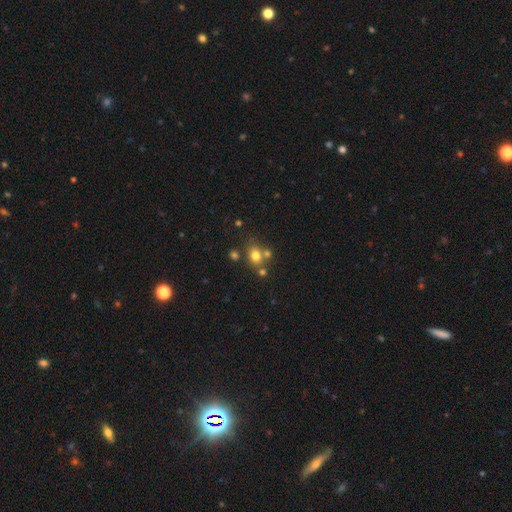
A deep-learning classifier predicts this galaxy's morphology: Smooth or featured? Predicted: smooth (p=0.74). How rounded? Predicted: round (p=0.64). Merging? Predicted: none (p=0.60).